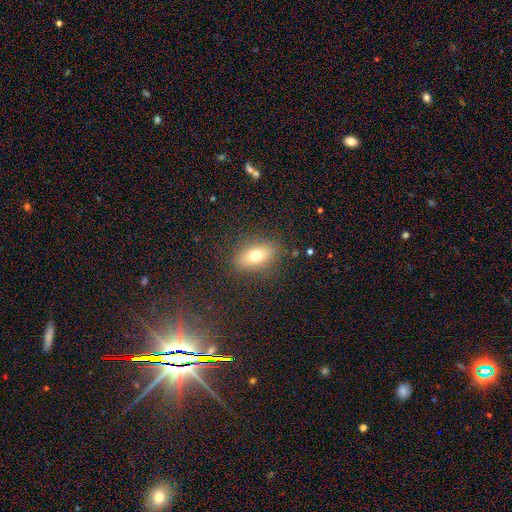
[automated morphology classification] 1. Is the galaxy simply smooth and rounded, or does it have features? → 71% smooth, 18% featured or disk, 11% star or artifact.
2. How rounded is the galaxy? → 81% in between, 13% round, 6% cigar-shaped.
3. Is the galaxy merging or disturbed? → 85% none, 10% minor disturbance, 4% major disturbance, 1% merger.